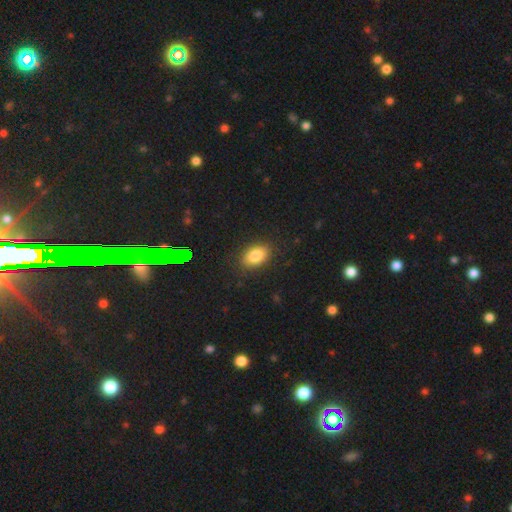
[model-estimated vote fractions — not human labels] This is clearly a smooth galaxy (83%). How rounded: clearly in between (85%). Merging: clearly none (86%).